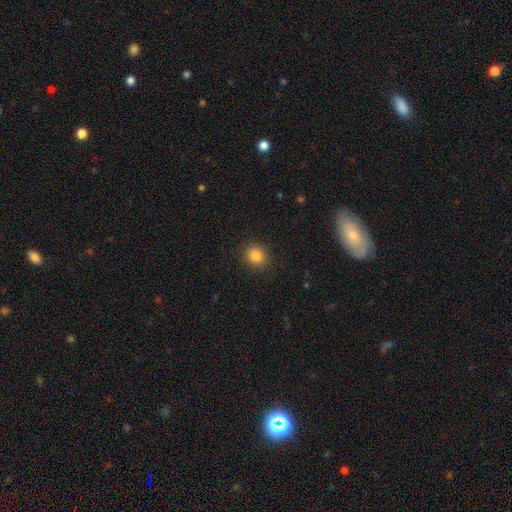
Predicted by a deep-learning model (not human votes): A smooth galaxy with no disk features (83%) that is round (78%). Merging: none (90%).